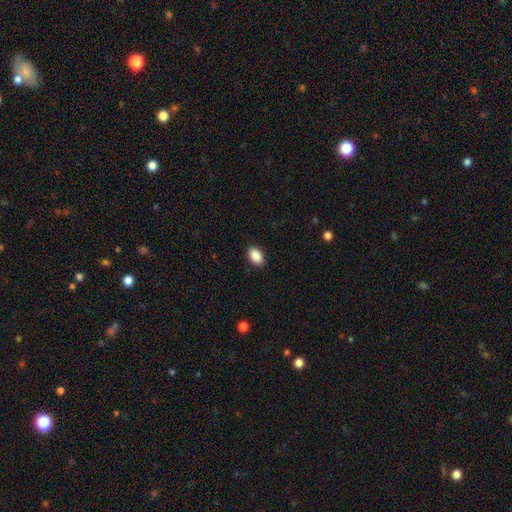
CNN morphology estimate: Smooth or featured? Predicted: smooth (p=0.90). How rounded? Predicted: in between (p=0.89). Merging? Predicted: none (p=0.89).